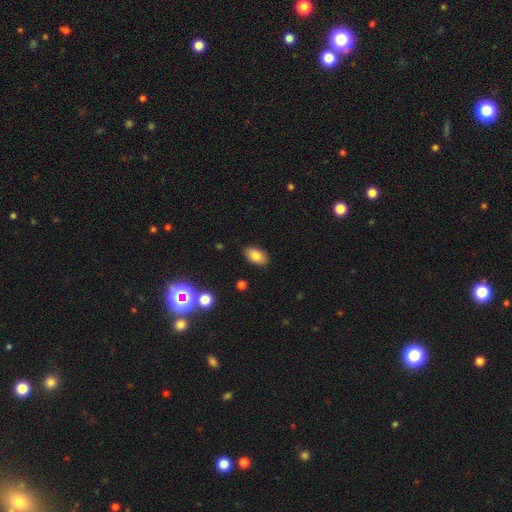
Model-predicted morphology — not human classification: Smooth or featured: smooth — 81% (star or artifact — 9%)
How rounded: in between — 92% (round — 6%)
Merging: none — 87% (minor disturbance — 9%)